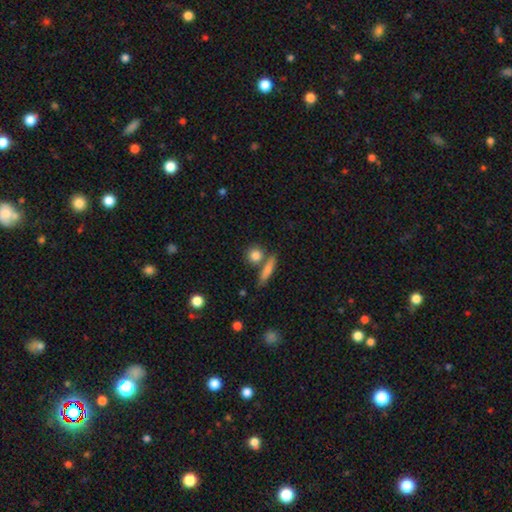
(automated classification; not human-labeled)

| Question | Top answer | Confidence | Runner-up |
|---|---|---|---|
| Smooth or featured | smooth | 83% | featured or disk (9%) |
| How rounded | round | 73% | in between (16%) |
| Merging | none | 68% | merger (19%) |